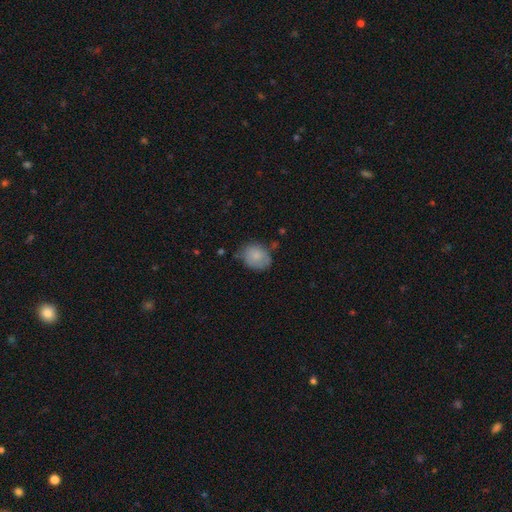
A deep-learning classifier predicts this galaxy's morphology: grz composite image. It shows a smooth galaxy with no disk features (79%) that is in between round and cigar-shaped (54%). Merging: none (64%).